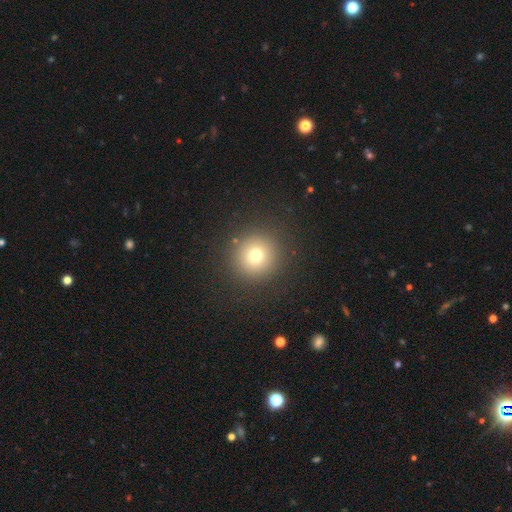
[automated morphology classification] A smooth galaxy with no disk features (74%) that is round (95%). Merging: none (91%).